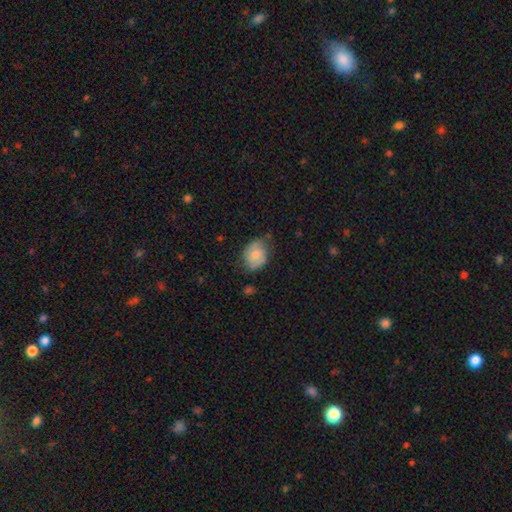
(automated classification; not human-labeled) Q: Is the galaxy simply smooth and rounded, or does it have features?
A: smooth — 71%.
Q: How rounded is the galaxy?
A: in between — 50%.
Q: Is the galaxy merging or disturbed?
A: none — 63%.